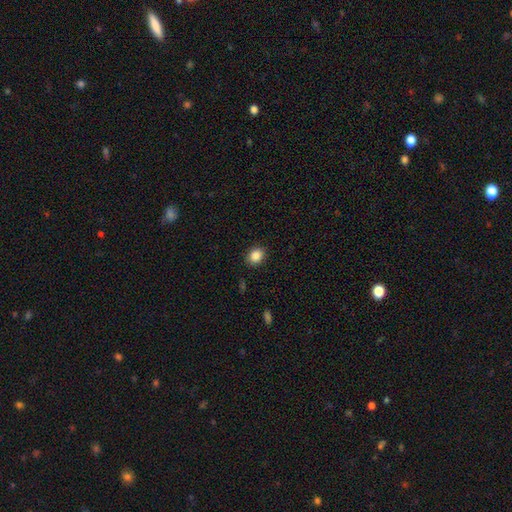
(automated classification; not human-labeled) A smooth galaxy with no disk features (87%) that is round (50%).

Vote fractions:
- Smooth or featured? smooth: 87% / star or artifact: 9% / featured or disk: 4%
- How rounded? round: 50% / in between: 49% / cigar-shaped: 1%
- Merging? none: 89% / minor disturbance: 8% / major disturbance: 2% / merger: 1%